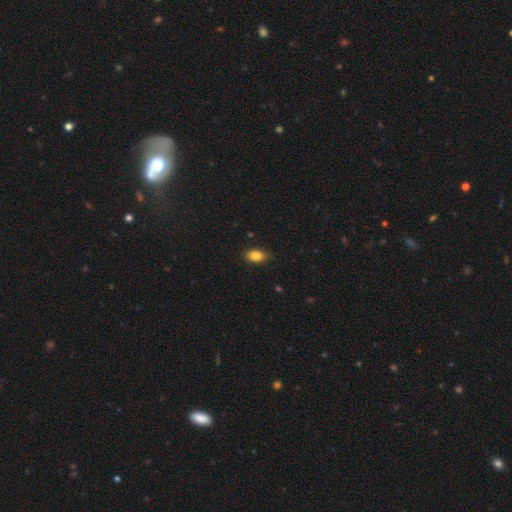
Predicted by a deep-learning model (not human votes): A smooth galaxy with no disk features (85%) that is in between round and cigar-shaped (86%). Merging: none (84%).